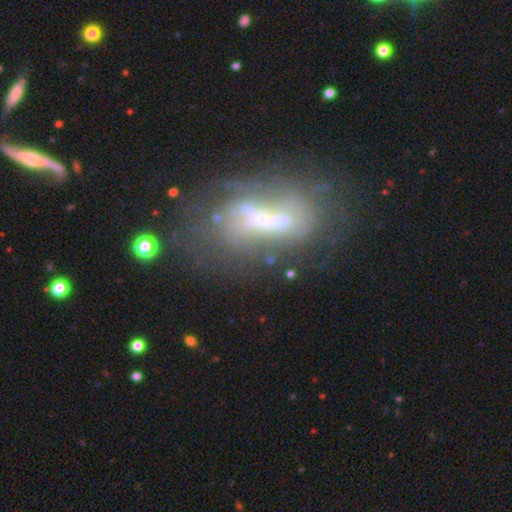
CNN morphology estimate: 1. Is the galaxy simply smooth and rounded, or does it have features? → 60% featured or disk, 25% smooth, 15% star or artifact.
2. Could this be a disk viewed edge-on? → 85% no, 15% yes.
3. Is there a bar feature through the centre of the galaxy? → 37% weak, 35% no, 28% strong.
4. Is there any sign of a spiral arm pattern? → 53% yes, 47% no.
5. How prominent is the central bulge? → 37% small, 30% moderate, 22% none, 8% large, 2% dominant.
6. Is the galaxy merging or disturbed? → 56% none, 21% minor disturbance, 17% major disturbance, 6% merger.